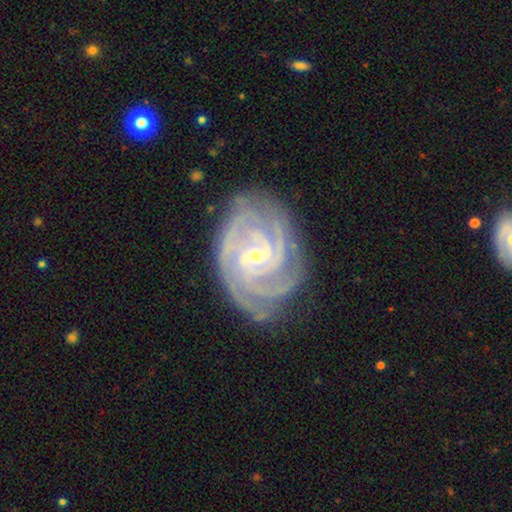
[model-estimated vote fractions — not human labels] featured or disk 92%, star or artifact 5%, smooth 3%. Down the decision tree: edge-on disk — no (98%); bar — weak (45%); spiral arms — yes (99%); spiral arm count — 4 (33%); spiral winding — tight (77%); bulge size — small (71%); merging — none (77%).